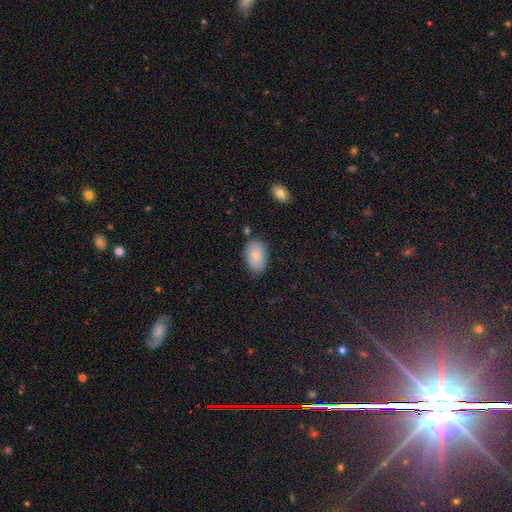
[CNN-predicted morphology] This is clearly a smooth galaxy (87%). How rounded: clearly in between (92%). Merging: likely none (79%).